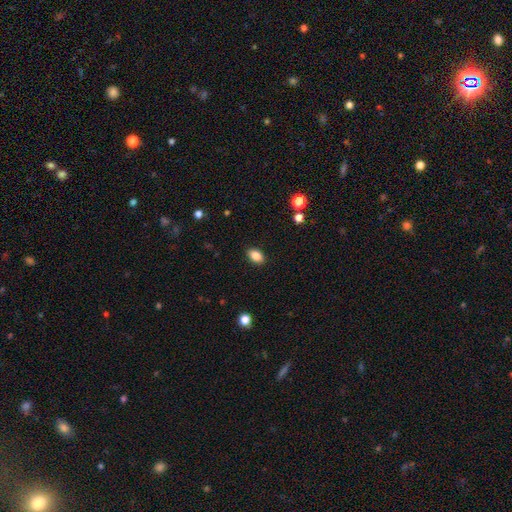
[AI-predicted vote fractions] Smooth or featured: smooth — 86% (star or artifact — 9%)
How rounded: in between — 87% (round — 12%)
Merging: none — 89% (minor disturbance — 8%)